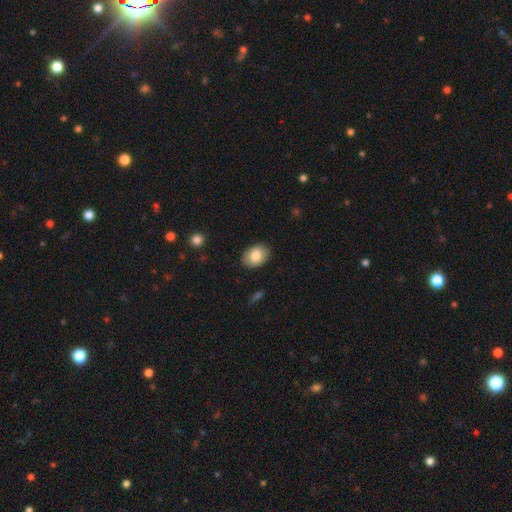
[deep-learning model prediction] A smooth galaxy with no disk features (81%) that is in between round and cigar-shaped (79%). Merging: none (88%).